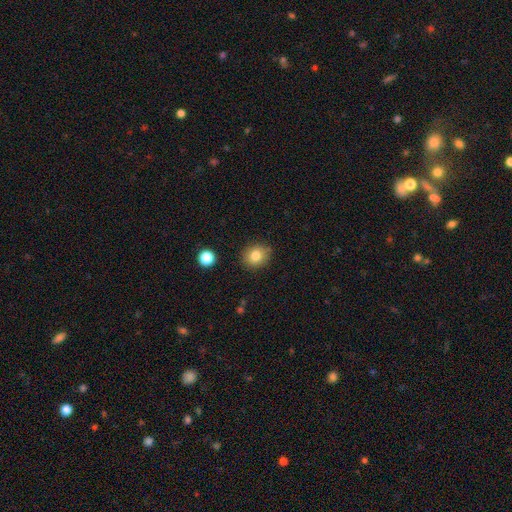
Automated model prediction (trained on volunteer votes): This appears to be a smooth galaxy with no disk features (81%) that is round (72%). Merging: none (86%).